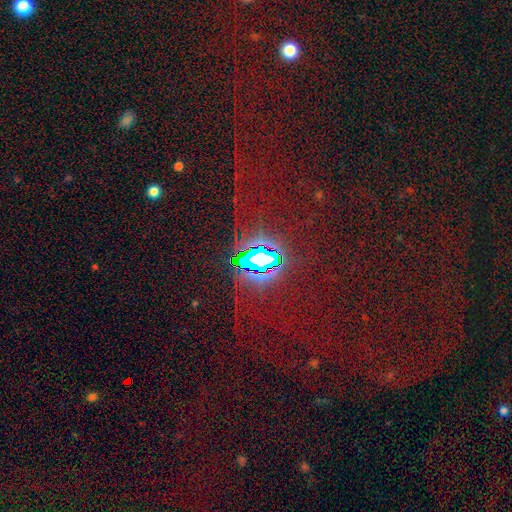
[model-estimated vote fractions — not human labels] Smooth or featured? Predicted: star or artifact (p=0.83).